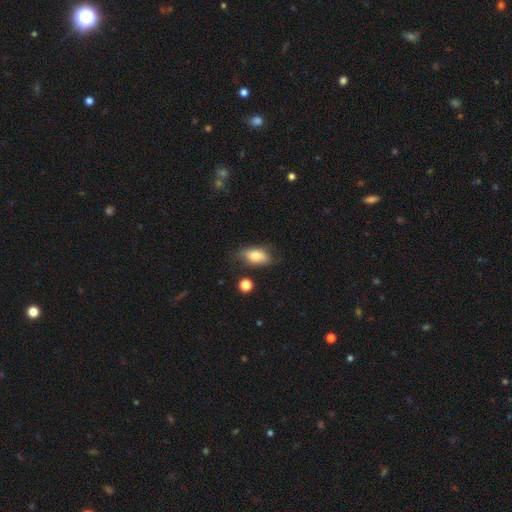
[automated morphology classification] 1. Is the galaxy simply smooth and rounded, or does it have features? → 78% smooth, 14% featured or disk, 8% star or artifact.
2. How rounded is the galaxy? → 87% in between, 7% cigar-shaped, 6% round.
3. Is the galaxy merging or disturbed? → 69% none, 23% minor disturbance, 5% major disturbance, 3% merger.